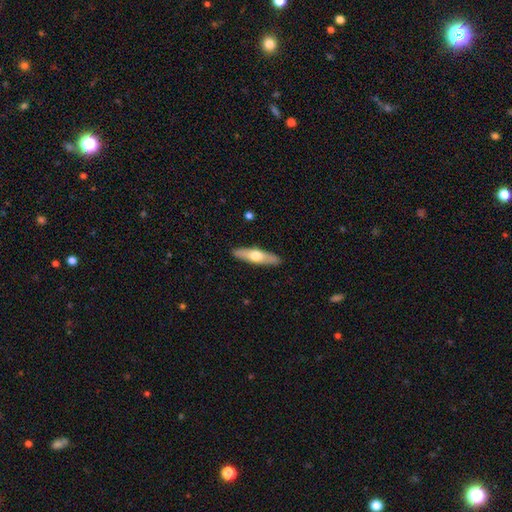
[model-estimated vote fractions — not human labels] Smooth or featured? smooth (51%)
How rounded? cigar-shaped (70%)
Merging? none (90%)